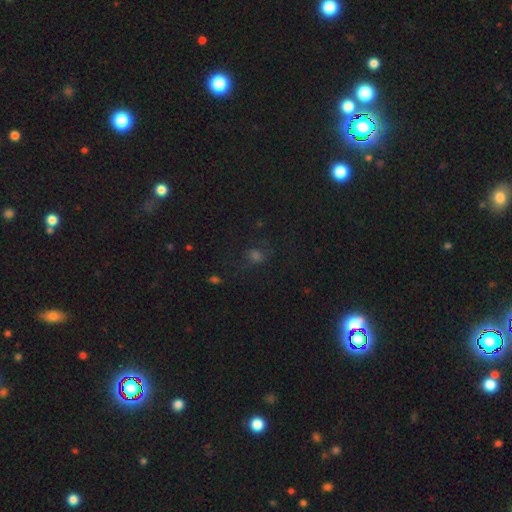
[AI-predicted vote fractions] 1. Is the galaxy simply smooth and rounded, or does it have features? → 44% star or artifact, 43% smooth, 13% featured or disk.